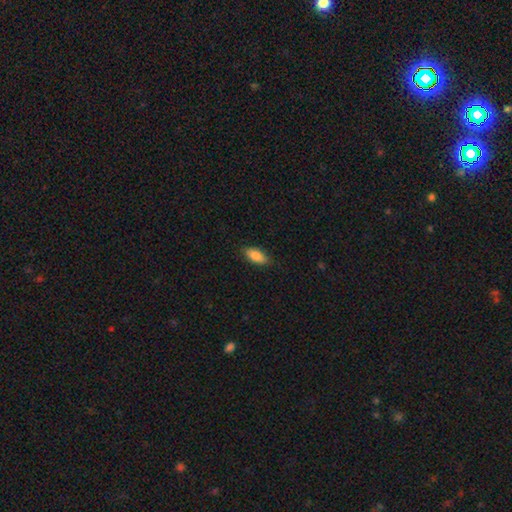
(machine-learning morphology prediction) A smooth galaxy with no disk features (84%) that is in between round and cigar-shaped (86%). Merging: none (84%).